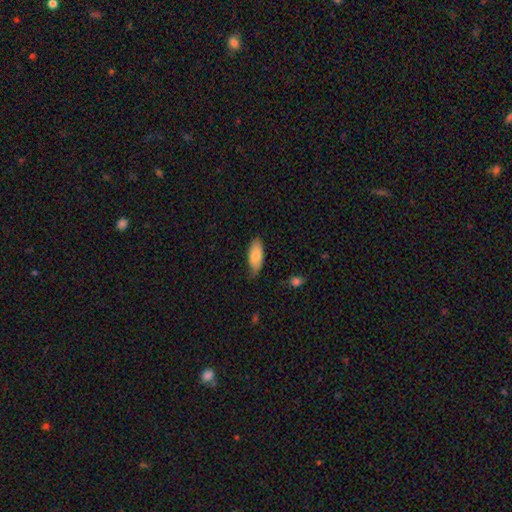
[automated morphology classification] The model was most divided on "merging": none: 74%, minor disturbance: 22%, major disturbance: 3%, merger: 1%. More confident: how rounded — in between (84%); smooth or featured — smooth (79%).